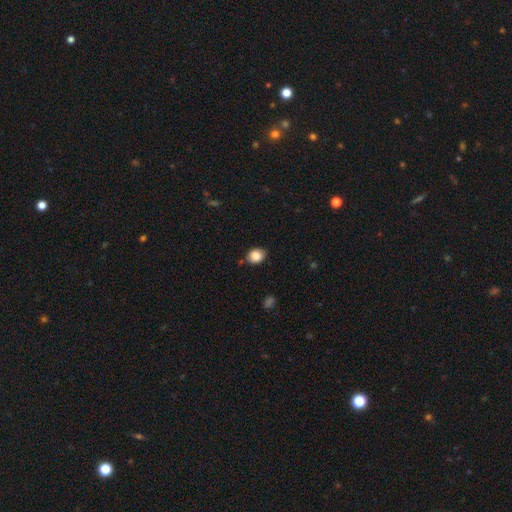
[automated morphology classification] A smooth galaxy with no disk features (84%) that is in between round and cigar-shaped (52%). Merging: none (83%).